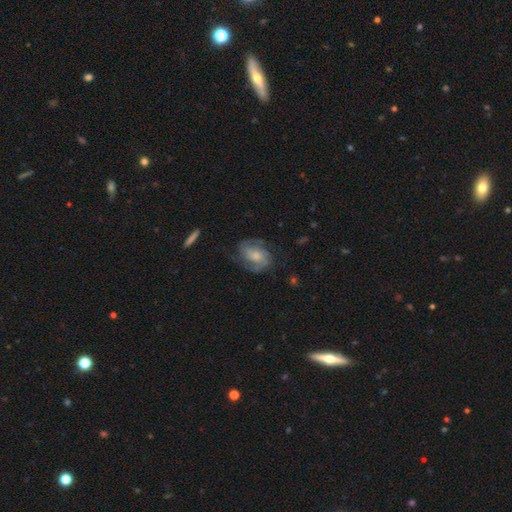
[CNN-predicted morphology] Smooth or featured? featured or disk (77%)
Edge-on disk? no (97%)
Bar? no (60%)
Spiral arms? yes (94%)
Spiral winding? medium (47%)
Spiral arm count? 2 (72%)
Bulge size? moderate (44%)
Merging? none (70%)